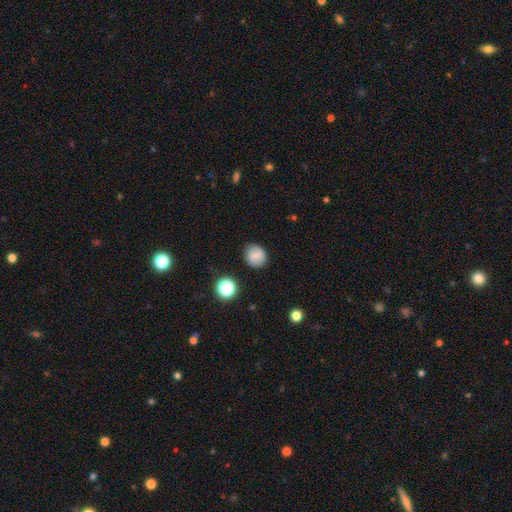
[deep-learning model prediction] Smooth or featured? smooth (75%)
How rounded? round (76%)
Merging? none (82%)